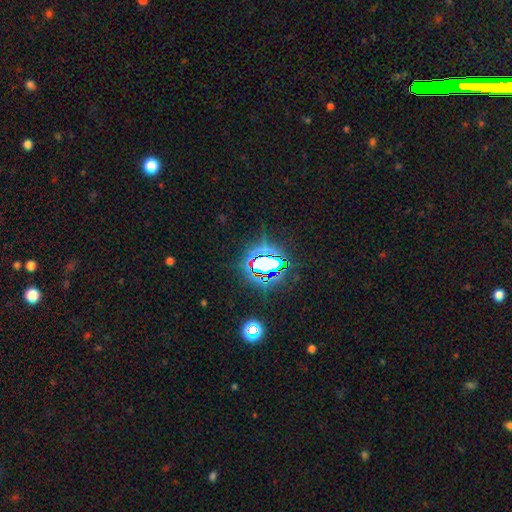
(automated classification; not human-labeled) star or artifact 79%, smooth 12%, featured or disk 9%.